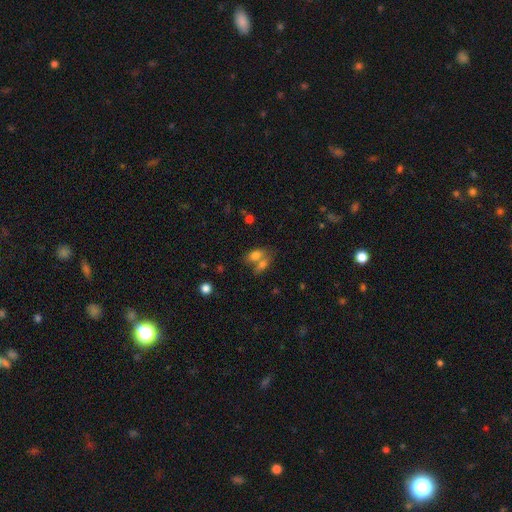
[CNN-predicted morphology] Smooth or featured? Predicted: smooth (p=0.77). How rounded? Predicted: in between (p=0.84). Merging? Predicted: merger (p=0.52).